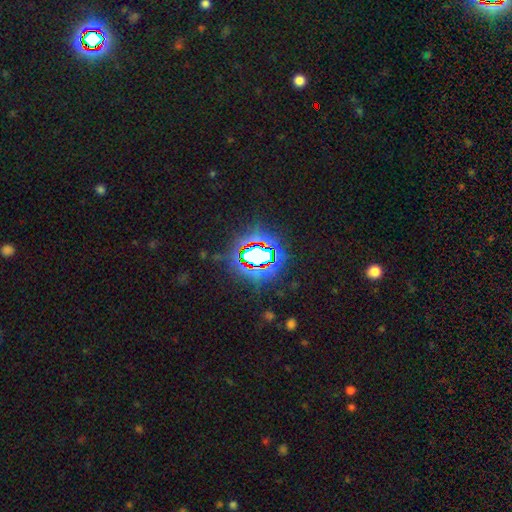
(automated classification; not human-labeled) Smooth or featured: star or artifact — 72% (smooth — 17%)